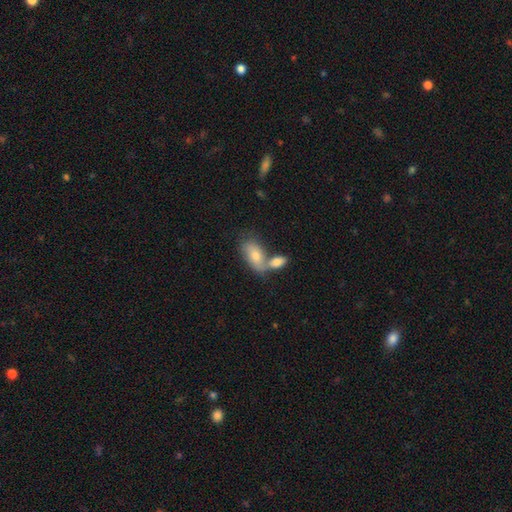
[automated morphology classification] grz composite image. It shows a smooth galaxy with no disk features (66%) that is in between round and cigar-shaped (89%). Merging: merger (55%).